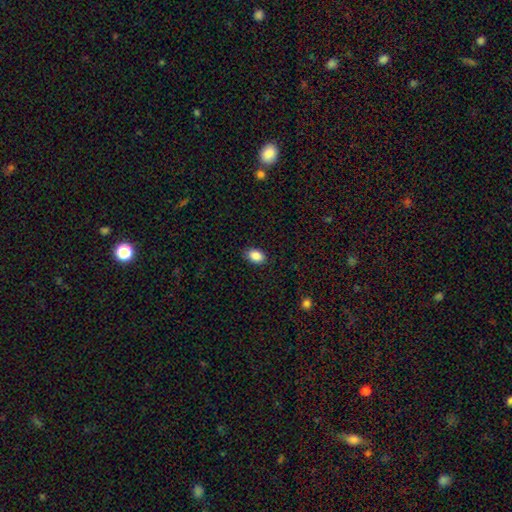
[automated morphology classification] type=smooth (88%); roundness=in between (84%); merging=none (88%).